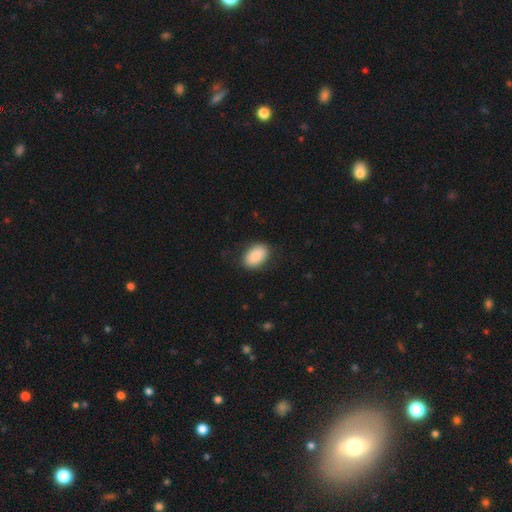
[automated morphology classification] This is clearly a smooth galaxy (88%). How rounded: clearly in between (90%). Merging: clearly none (83%).